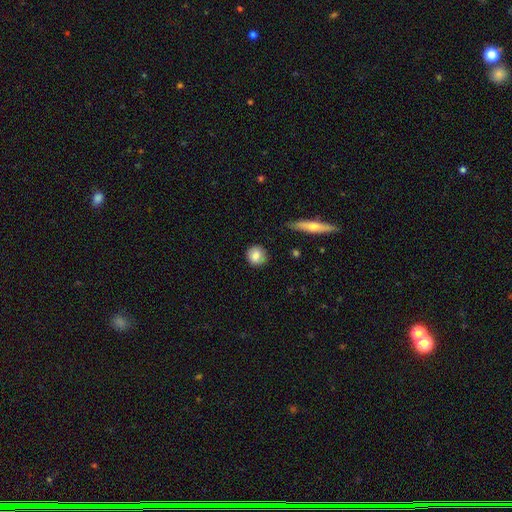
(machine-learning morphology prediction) Smooth or featured: smooth — 84% (featured or disk — 9%)
How rounded: round — 89% (in between — 10%)
Merging: none — 86% (minor disturbance — 10%)